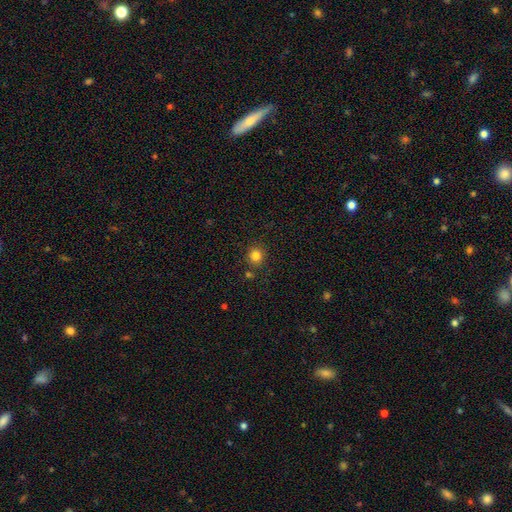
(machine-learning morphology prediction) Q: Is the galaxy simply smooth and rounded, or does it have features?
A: smooth — 82%.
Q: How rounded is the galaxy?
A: round — 89%.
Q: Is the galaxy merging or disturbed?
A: none — 84%.